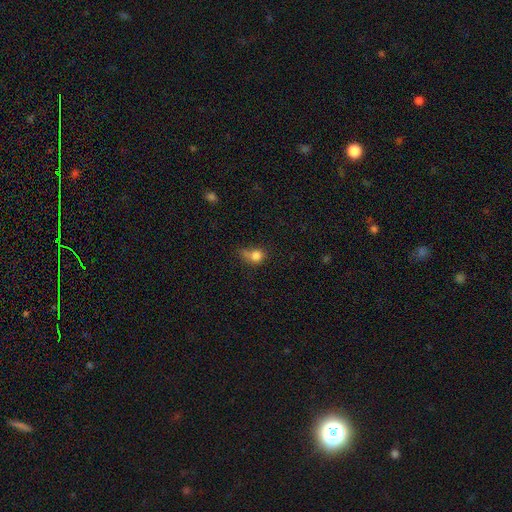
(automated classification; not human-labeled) This appears to be a smooth galaxy with no disk features (80%) that is round (73%). Merging: none (40%).